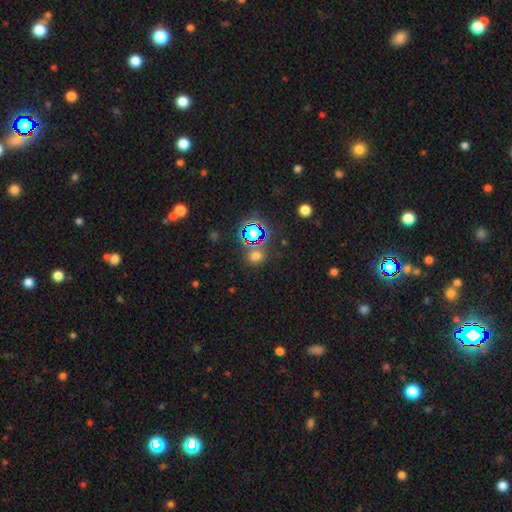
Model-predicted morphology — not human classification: smooth 55%, star or artifact 38%, featured or disk 7%. Down the decision tree: how rounded — round (74%); merging — none (76%).